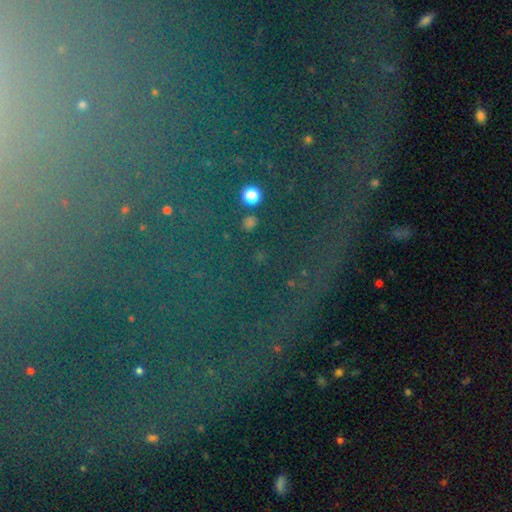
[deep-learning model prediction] smooth-or-featured: star or artifact: 76% | featured or disk: 13% | smooth: 11%